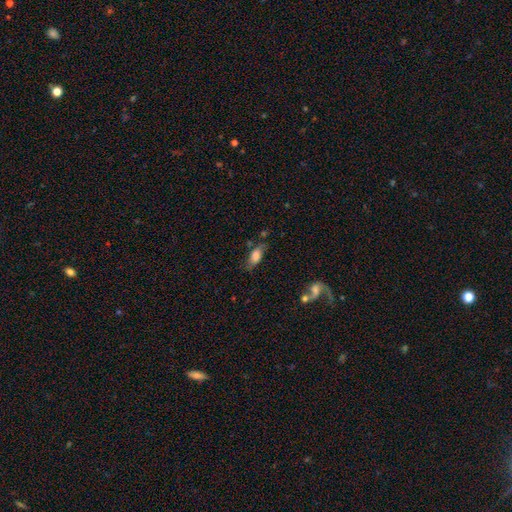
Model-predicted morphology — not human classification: Smooth or featured? smooth (70%)
How rounded? in between (79%)
Merging? none (60%)